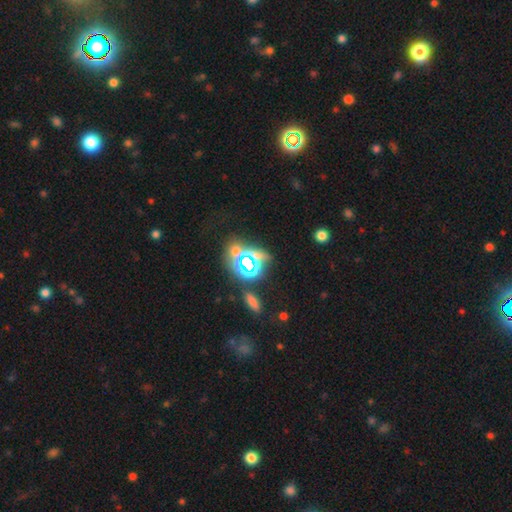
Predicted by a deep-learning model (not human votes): Smooth or featured? Predicted: star or artifact (p=0.68).